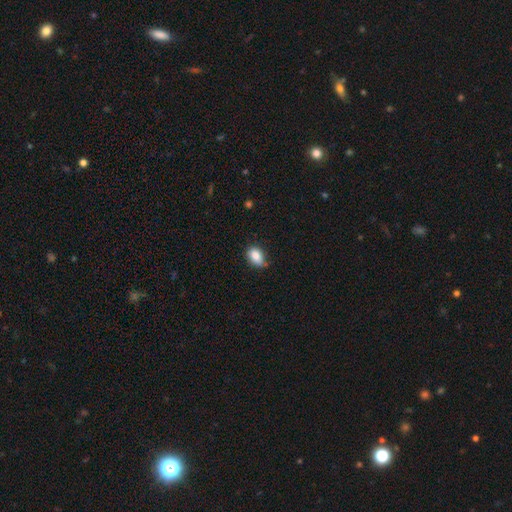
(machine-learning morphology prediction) smooth-or-featured: smooth: 84% | star or artifact: 8% | featured or disk: 8%
  how-rounded: in between: 81% | round: 17% | cigar-shaped: 2%
  merging: none: 56% | minor disturbance: 35% | major disturbance: 7% | merger: 3%